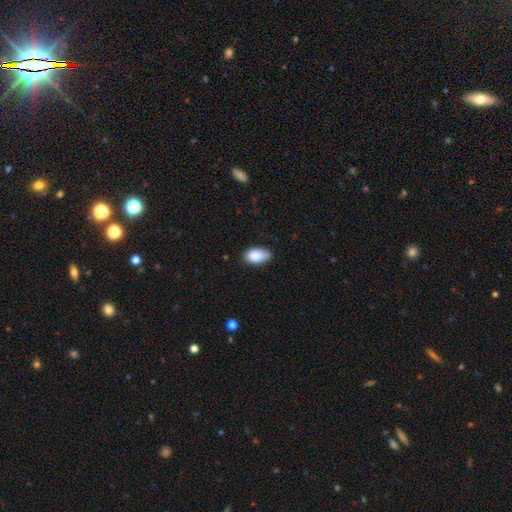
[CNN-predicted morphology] This appears to be a smooth galaxy with no disk features (86%) that is in between round and cigar-shaped (92%). Merging: none (63%).